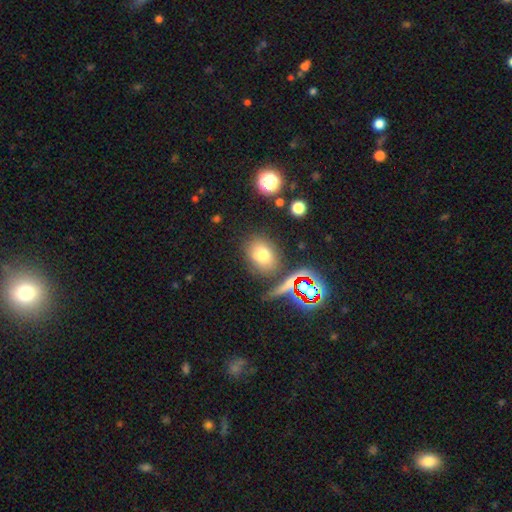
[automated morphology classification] This is likely a smooth galaxy (64%). How rounded: possibly in between (54%). Merging: likely none (76%).